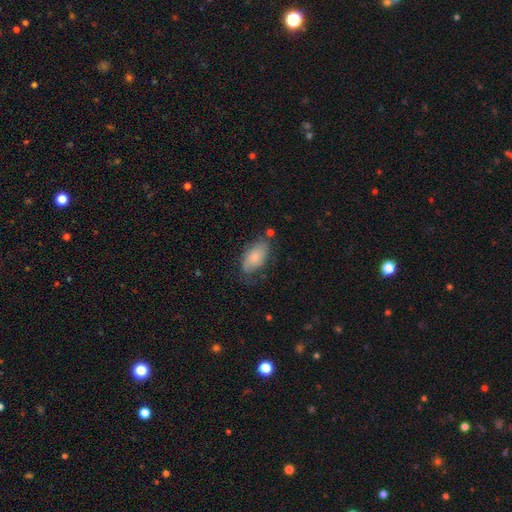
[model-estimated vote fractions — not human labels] A smooth galaxy with no disk features (62%) that is in between round and cigar-shaped (91%).

Vote fractions:
- Smooth or featured? smooth: 62% / featured or disk: 30% / star or artifact: 8%
- How rounded? in between: 91% / round: 5% / cigar-shaped: 4%
- Merging? none: 62% / minor disturbance: 26% / major disturbance: 10% / merger: 3%